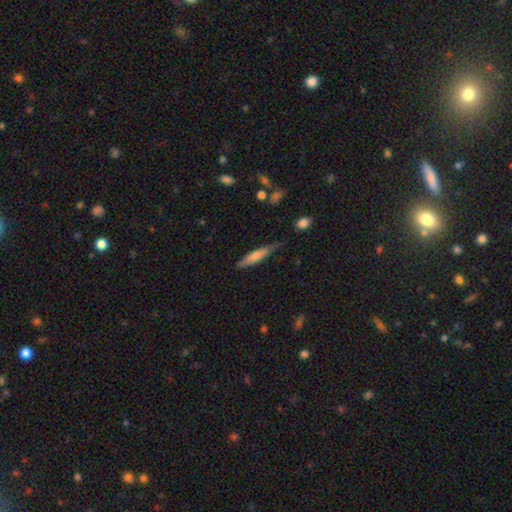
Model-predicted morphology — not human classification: Q: Smooth or featured?
A: smooth (49%); runner-up: featured or disk (44%)
Q: Merging?
A: none (76%); runner-up: minor disturbance (19%)